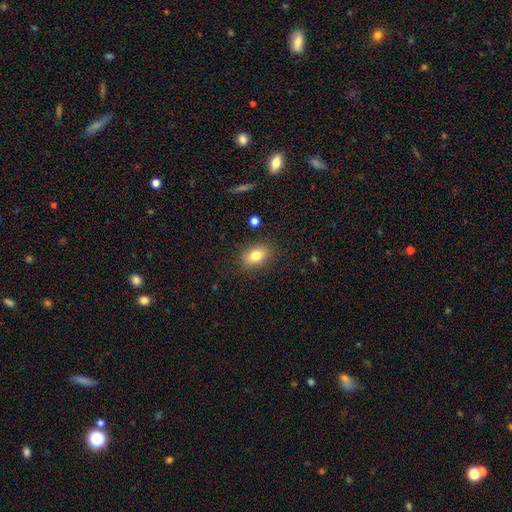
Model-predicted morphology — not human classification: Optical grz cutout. It shows a smooth galaxy with no disk features (79%) that is in between round and cigar-shaped (79%). Merging: none (86%).